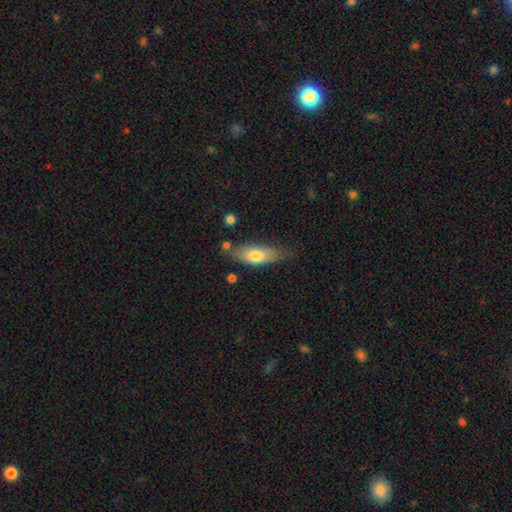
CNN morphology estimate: Smooth or featured?
  - smooth: 70% *
  - featured or disk: 24%
  - star or artifact: 6%
How rounded?
  - in between: 69% *
  - cigar-shaped: 29%
  - round: 3%
Merging?
  - none: 62% *
  - minor disturbance: 26%
  - major disturbance: 7%
  - merger: 5%